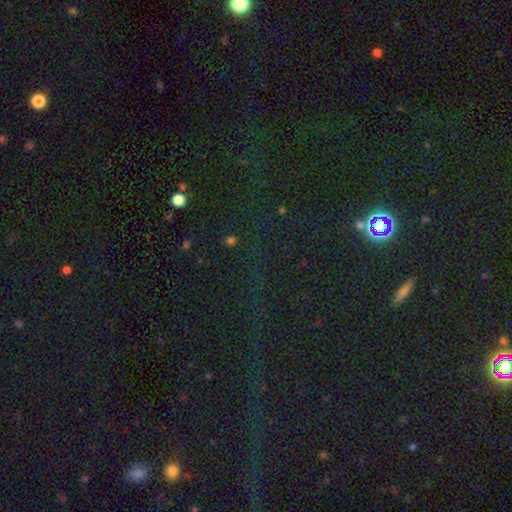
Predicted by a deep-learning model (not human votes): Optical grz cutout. It shows a star or artifact, not a galaxy (79%).